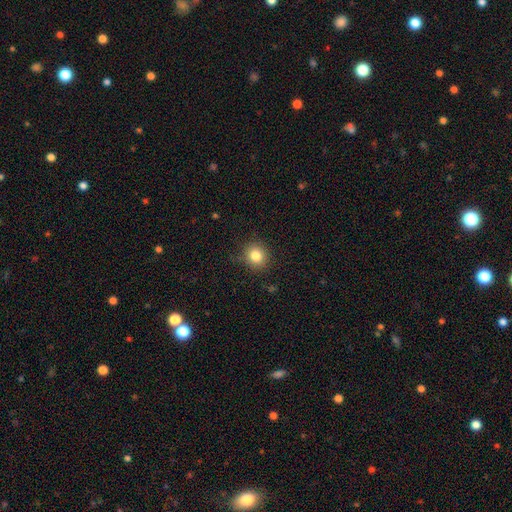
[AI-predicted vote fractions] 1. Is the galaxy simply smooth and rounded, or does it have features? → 82% smooth, 11% star or artifact, 6% featured or disk.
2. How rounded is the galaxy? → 85% round, 14% in between, 1% cigar-shaped.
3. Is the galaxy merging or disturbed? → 87% none, 9% minor disturbance, 3% major disturbance, 1% merger.